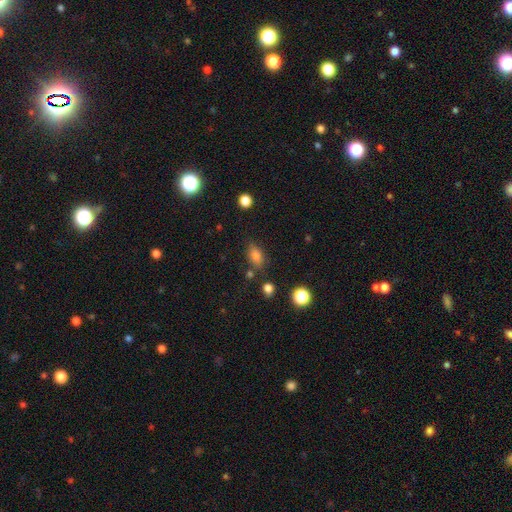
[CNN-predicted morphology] This is likely a smooth galaxy (79%). How rounded: clearly in between (82%). Merging: likely none (73%).